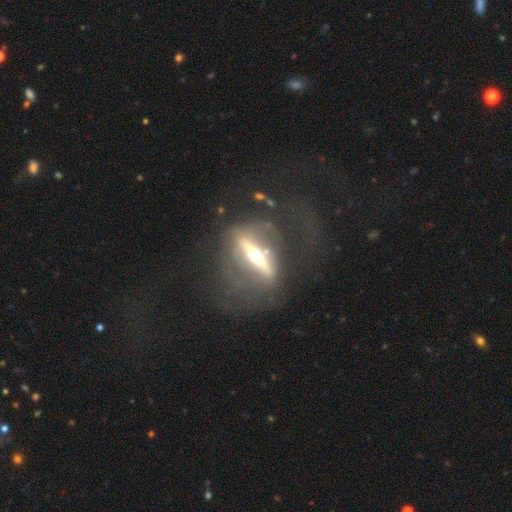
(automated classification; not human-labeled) Smooth or featured? featured or disk (79%)
Edge-on disk? yes (67%)
Edge-on bulge? rounded (92%)
Merging? none (49%)